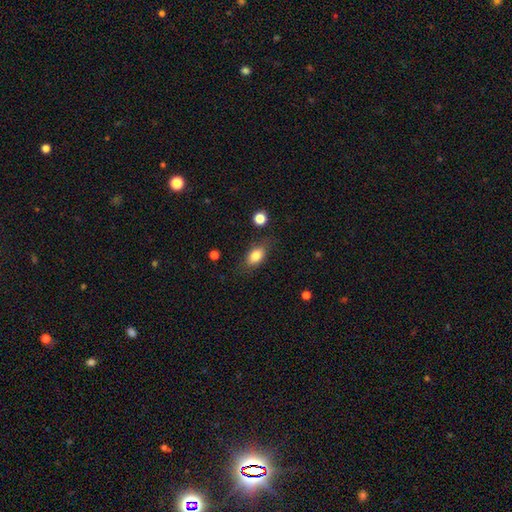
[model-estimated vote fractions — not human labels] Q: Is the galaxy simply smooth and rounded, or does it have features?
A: smooth — 81%.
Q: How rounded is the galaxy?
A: in between — 84%.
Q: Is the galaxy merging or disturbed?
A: none — 77%.